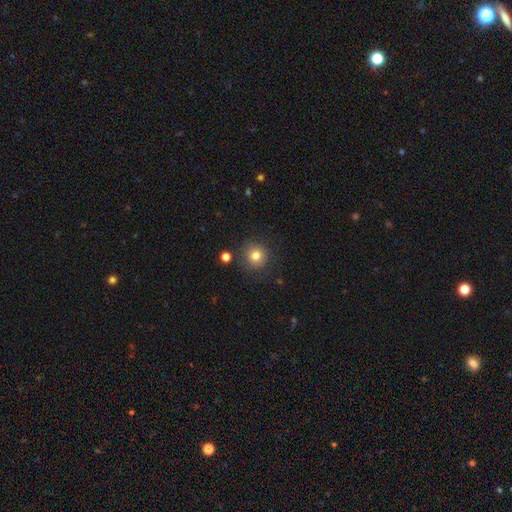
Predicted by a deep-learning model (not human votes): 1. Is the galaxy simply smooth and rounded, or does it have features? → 79% smooth, 13% star or artifact, 9% featured or disk.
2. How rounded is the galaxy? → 93% round, 6% in between, 1% cigar-shaped.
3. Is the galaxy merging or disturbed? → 84% none, 9% minor disturbance, 3% major disturbance, 3% merger.